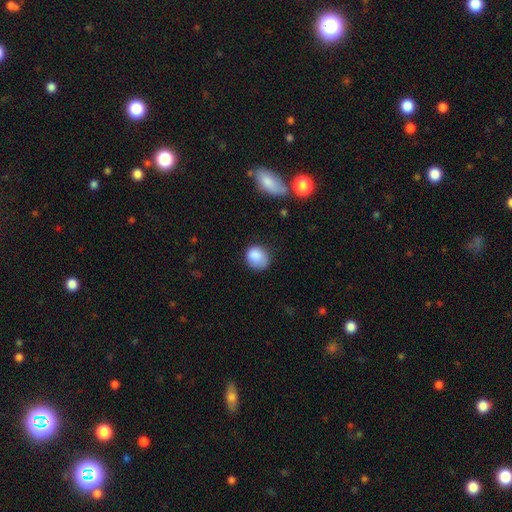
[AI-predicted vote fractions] smooth_or_featured: smooth (p=0.85) [alt: star or artifact p=0.08]
how_rounded: round (p=0.70) [alt: in between p=0.29]
merging: none (p=0.61) [alt: minor disturbance p=0.27]